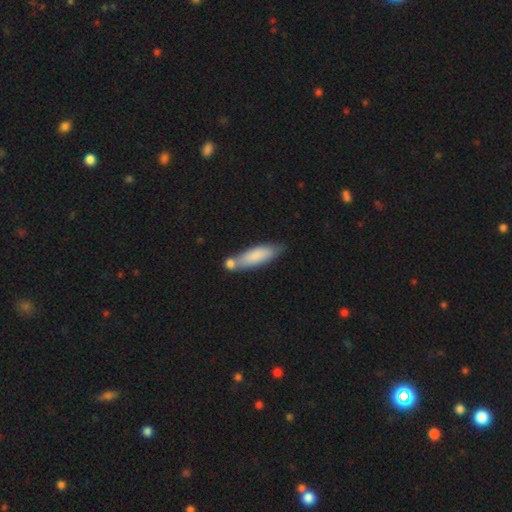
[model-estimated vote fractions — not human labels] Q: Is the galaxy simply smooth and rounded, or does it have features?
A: smooth — 80%.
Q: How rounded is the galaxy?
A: cigar-shaped — 58%.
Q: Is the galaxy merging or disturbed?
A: none — 55%.